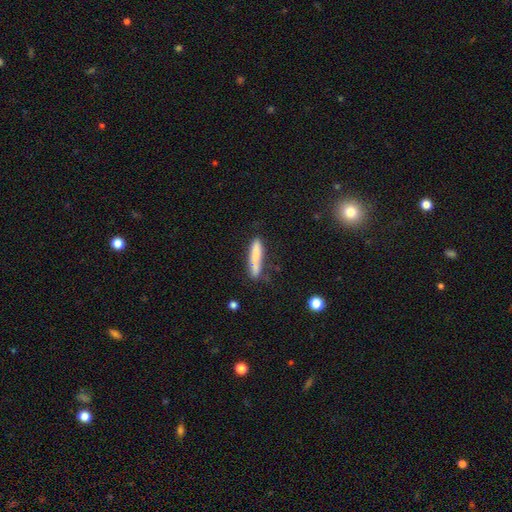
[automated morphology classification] type=smooth (78%); roundness=cigar-shaped (86%); merging=none (63%).